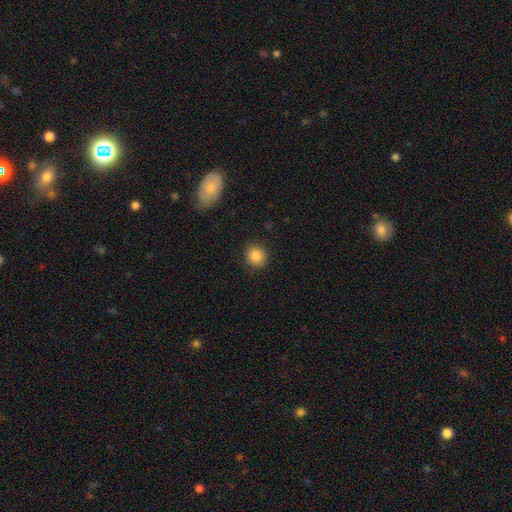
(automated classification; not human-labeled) A smooth galaxy with no disk features (85%) that is round (89%). Merging: none (89%).